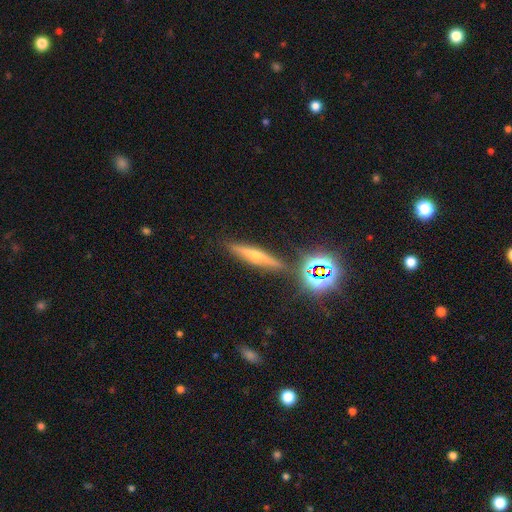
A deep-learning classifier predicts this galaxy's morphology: This appears to be a featured or disk galaxy (50%). Merging: none (85%).